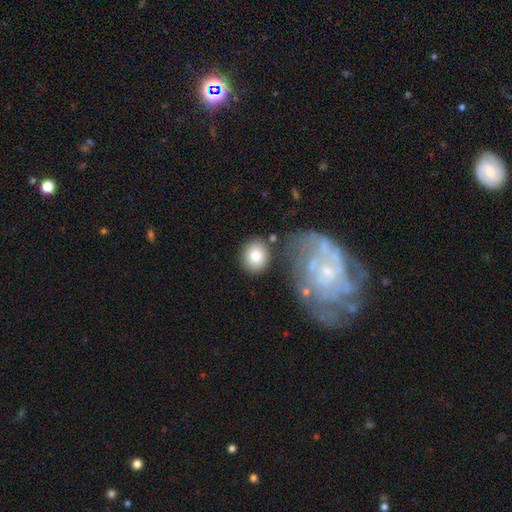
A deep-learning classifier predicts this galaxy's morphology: Q: Smooth or featured?
A: smooth (82%); runner-up: featured or disk (11%)
Q: How rounded?
A: round (74%); runner-up: in between (25%)
Q: Merging?
A: none (75%); runner-up: minor disturbance (11%)